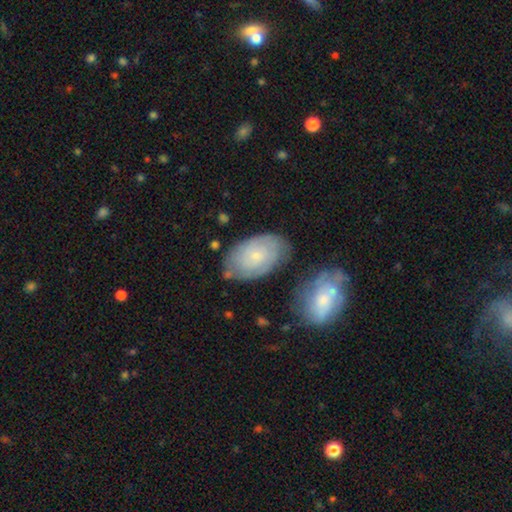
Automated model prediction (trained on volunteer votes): This is possibly a smooth galaxy (49%). Merging: likely none (69%).